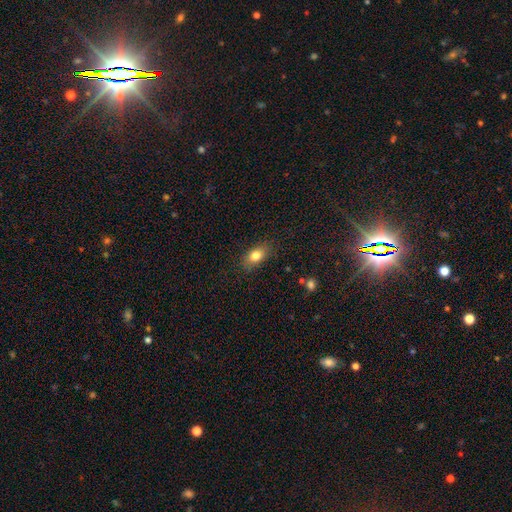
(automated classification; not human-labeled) Morphology: type=smooth (81%); roundness=in between (81%); merging=none (82%).